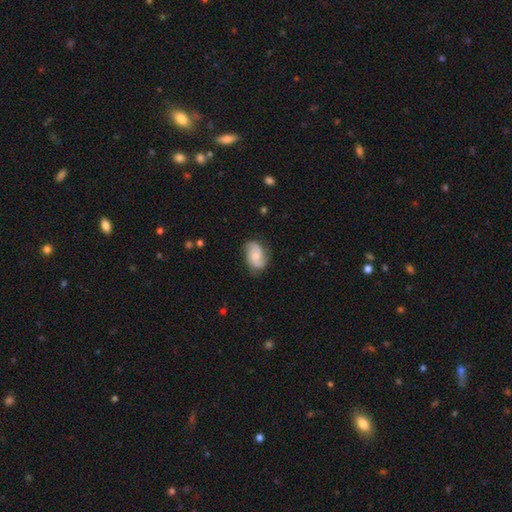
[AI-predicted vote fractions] Smooth or featured: featured or disk — 49% (smooth — 44%)
Merging: none — 72% (minor disturbance — 21%)